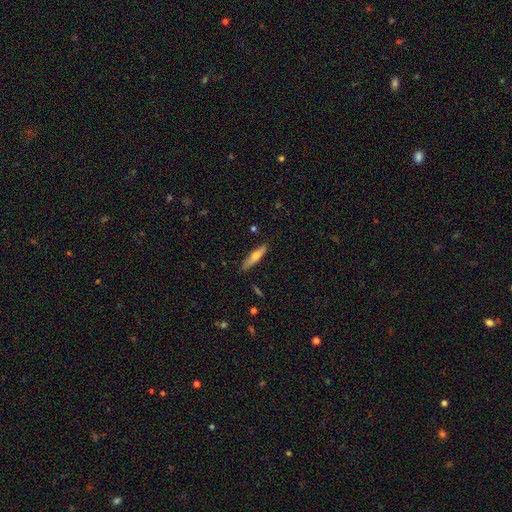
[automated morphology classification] A smooth galaxy with no disk features (49%). Merging: none (88%).